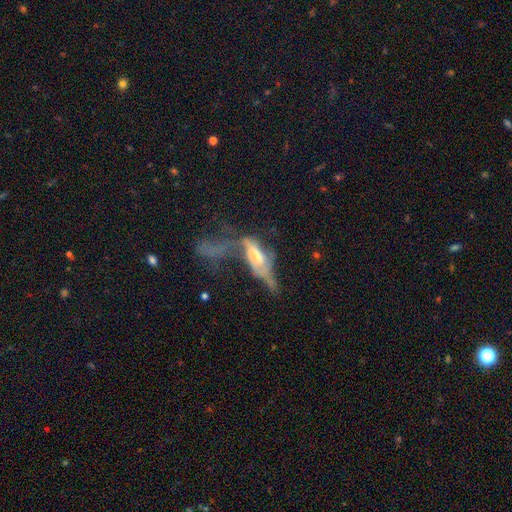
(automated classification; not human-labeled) Smooth or featured? Predicted: featured or disk (p=0.59). Edge-on disk? Predicted: no (p=0.76). Merging? Predicted: major disturbance (p=0.55).